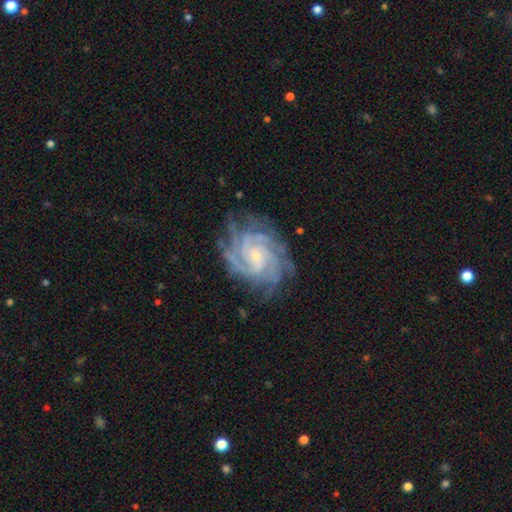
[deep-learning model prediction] This appears to be a featured or disk galaxy (91%) with no bar (61%), 4 (32%) tight (72%) spiral arms (98%) and a small central bulge (77%). Merging: none (77%).